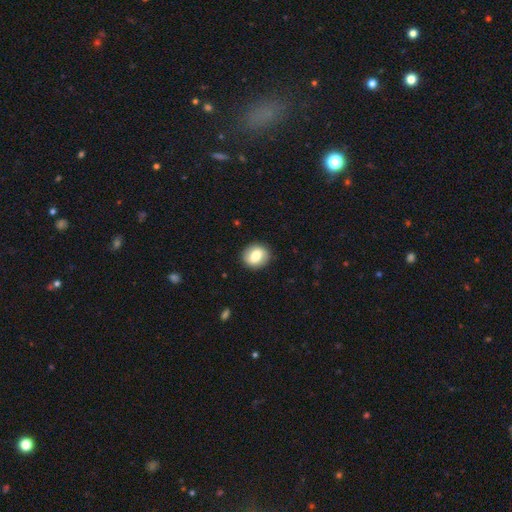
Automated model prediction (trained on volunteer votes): A smooth galaxy with no disk features (66%) that is round (72%). Merging: none (89%).